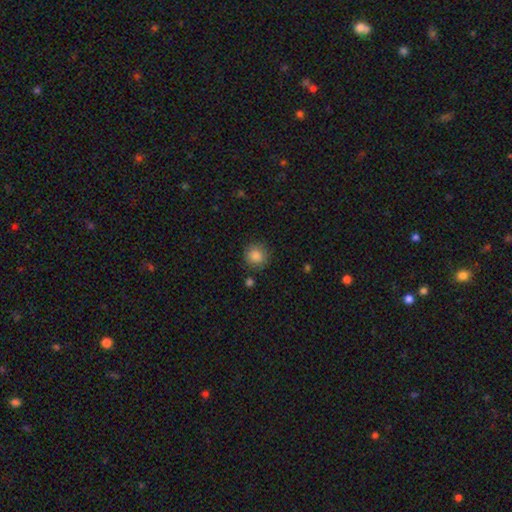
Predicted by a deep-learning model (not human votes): This is clearly a smooth galaxy (87%). How rounded: clearly round (90%). Merging: clearly none (85%).